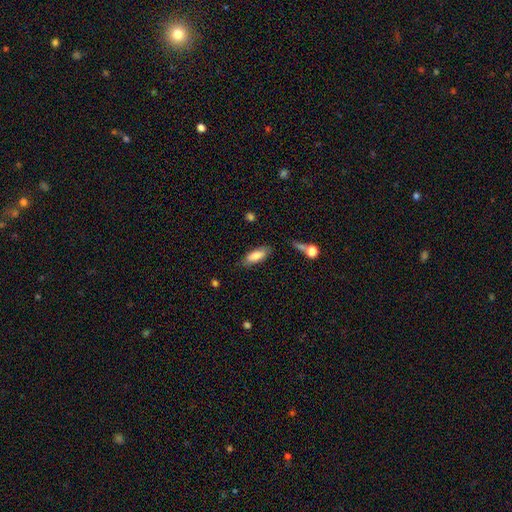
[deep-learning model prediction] Smooth or featured: smooth — 78% (featured or disk — 15%)
How rounded: in between — 71% (cigar-shaped — 27%)
Merging: none — 77% (minor disturbance — 16%)